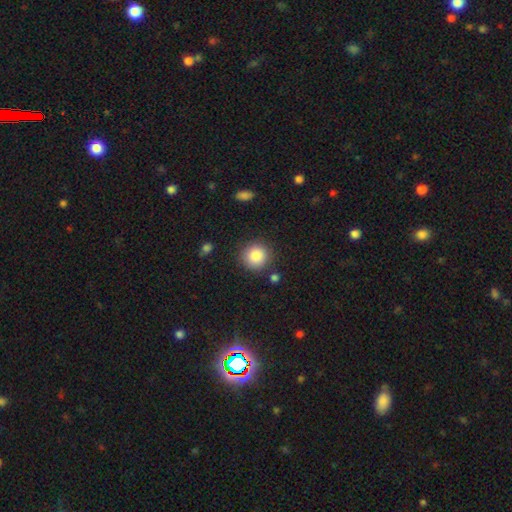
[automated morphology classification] Smooth or featured?
  - smooth: 86% *
  - star or artifact: 9%
  - featured or disk: 5%
How rounded?
  - round: 93% *
  - in between: 6%
  - cigar-shaped: 1%
Merging?
  - none: 86% *
  - minor disturbance: 8%
  - merger: 3%
  - major disturbance: 3%